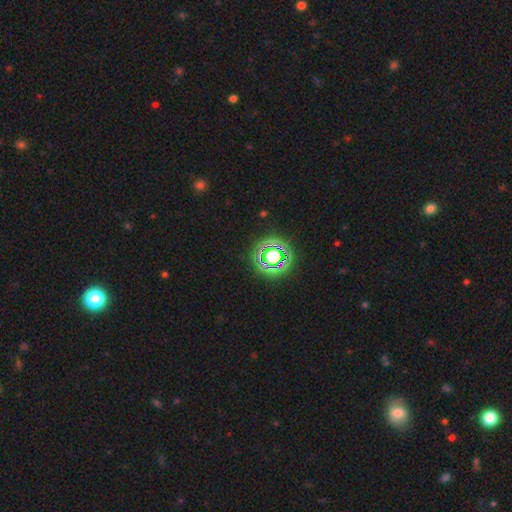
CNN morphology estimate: A star or artifact, not a galaxy (80%).

Vote fractions:
- Smooth or featured? star or artifact: 80% / smooth: 13% / featured or disk: 7%